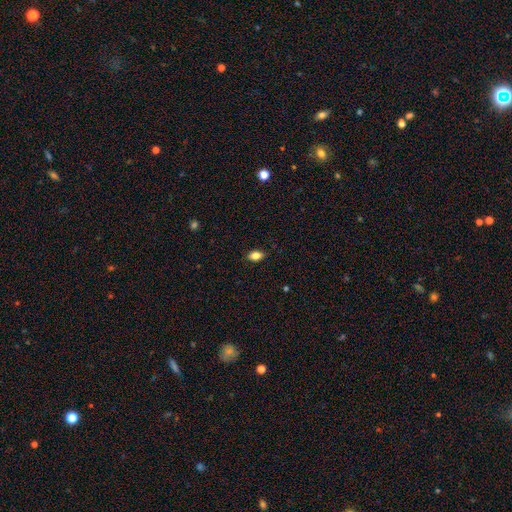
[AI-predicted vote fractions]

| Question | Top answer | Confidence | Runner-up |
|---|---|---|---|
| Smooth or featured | smooth | 80% | featured or disk (10%) |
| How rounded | in between | 85% | round (11%) |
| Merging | none | 85% | minor disturbance (12%) |